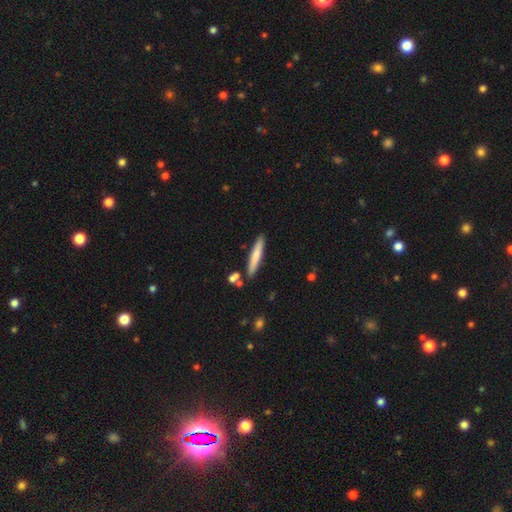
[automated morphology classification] smooth_or_featured: smooth (p=0.70) [alt: featured or disk p=0.25]
how_rounded: cigar-shaped (p=0.92) [alt: in between p=0.07]
merging: none (p=0.85) [alt: minor disturbance p=0.09]